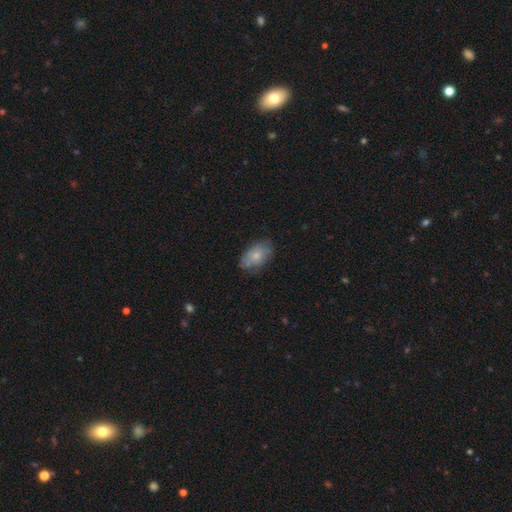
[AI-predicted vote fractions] Smooth or featured: smooth — 66% (featured or disk — 27%)
How rounded: in between — 90% (round — 8%)
Merging: none — 69% (minor disturbance — 23%)